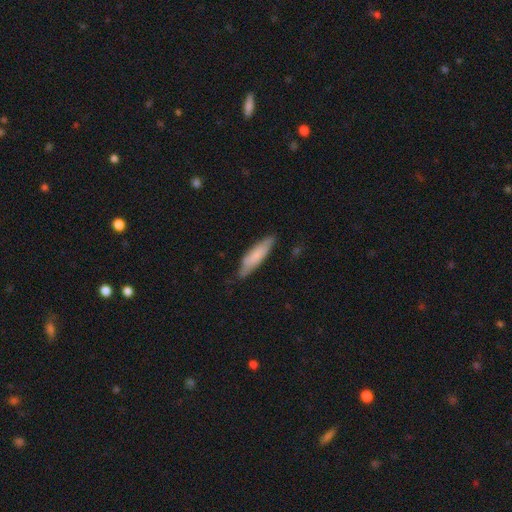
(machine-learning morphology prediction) A smooth galaxy with no disk features (72%) that is cigar-shaped (70%).

Vote fractions:
- Smooth or featured? smooth: 72% / featured or disk: 23% / star or artifact: 5%
- How rounded? cigar-shaped: 70% / in between: 29% / round: 1%
- Merging? none: 73% / minor disturbance: 22% / major disturbance: 3% / merger: 1%